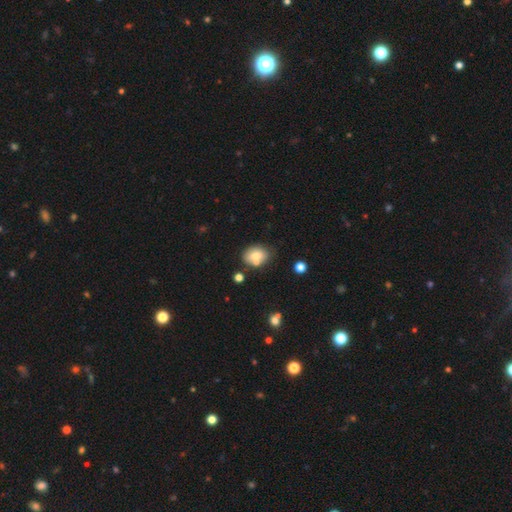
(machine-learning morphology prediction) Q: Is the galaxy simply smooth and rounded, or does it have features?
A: smooth — 73%.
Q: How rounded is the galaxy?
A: in between — 68%.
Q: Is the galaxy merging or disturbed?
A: none — 61%.